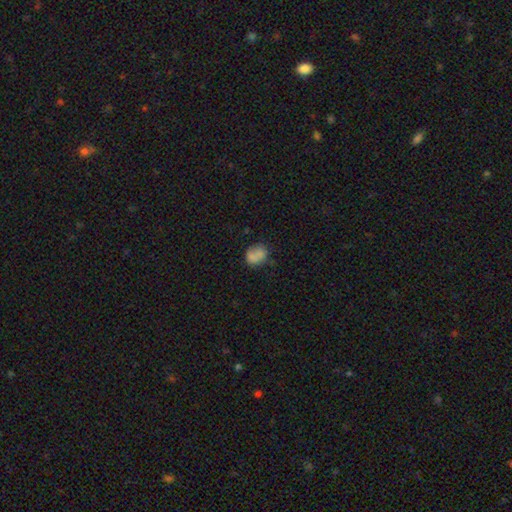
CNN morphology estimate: Smooth or featured? Predicted: smooth (p=0.76). How rounded? Predicted: round (p=0.56). Merging? Predicted: none (p=0.55).